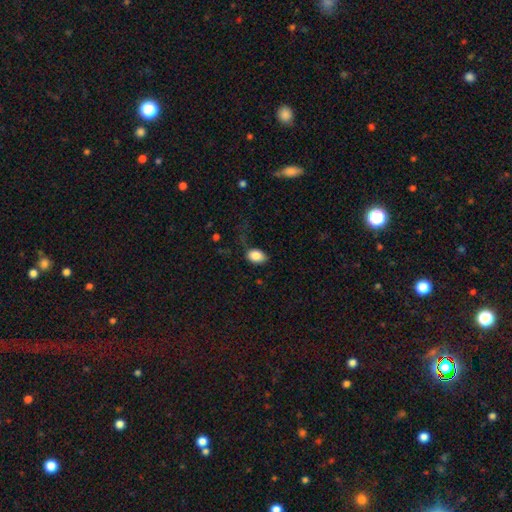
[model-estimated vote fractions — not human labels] smooth_or_featured: smooth (p=0.86) [alt: star or artifact p=0.08]
how_rounded: in between (p=0.83) [alt: round p=0.16]
merging: none (p=0.66) [alt: minor disturbance p=0.23]